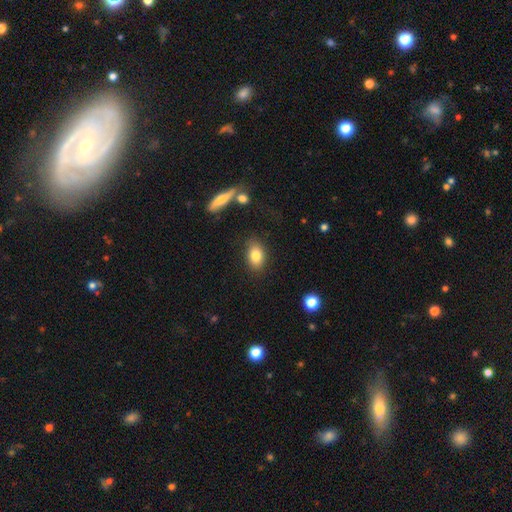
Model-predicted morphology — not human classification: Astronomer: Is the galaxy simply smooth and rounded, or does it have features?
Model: smooth — 82%.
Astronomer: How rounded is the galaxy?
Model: in between — 84%.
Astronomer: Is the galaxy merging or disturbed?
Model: none — 82%.